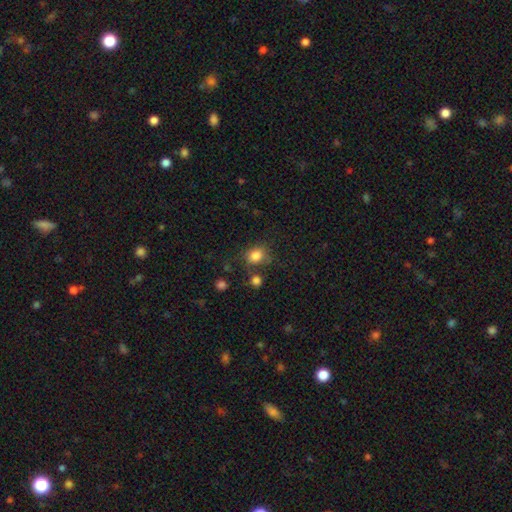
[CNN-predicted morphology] The model was most divided on "how rounded": round: 65%, in between: 34%, cigar-shaped: 1%. More confident: smooth or featured — smooth (83%); merging — none (68%).